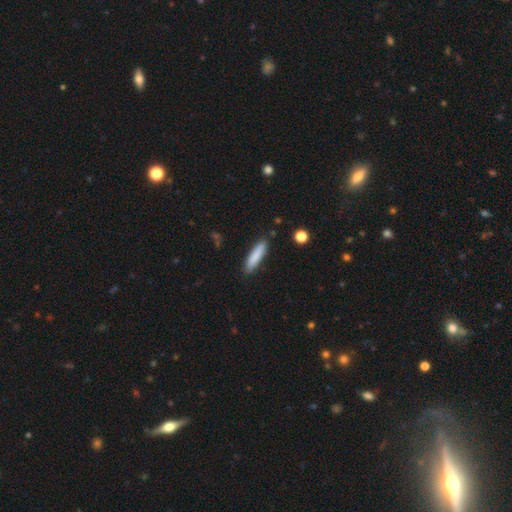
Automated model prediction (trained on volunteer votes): Smooth or featured? Predicted: smooth (p=0.83). How rounded? Predicted: cigar-shaped (p=0.83). Merging? Predicted: none (p=0.87).